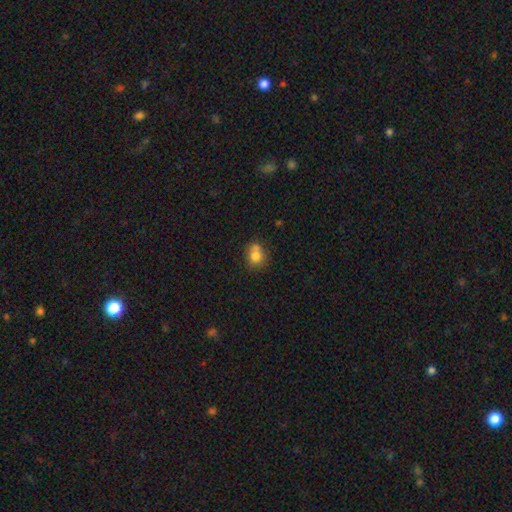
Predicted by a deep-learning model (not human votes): This appears to be a smooth galaxy with no disk features (76%) that is round (70%). Merging: none (45%).